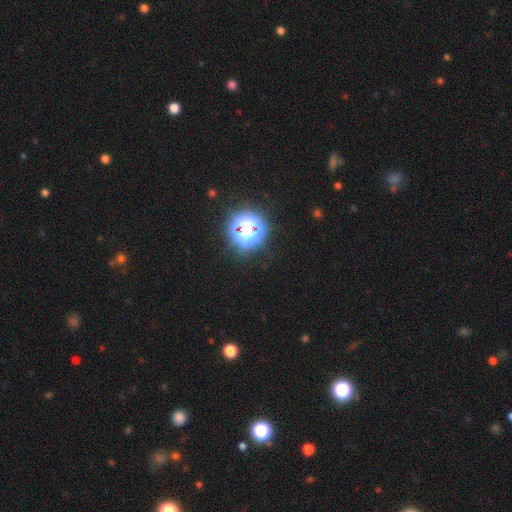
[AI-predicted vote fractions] Morphology: type=star or artifact (79%).